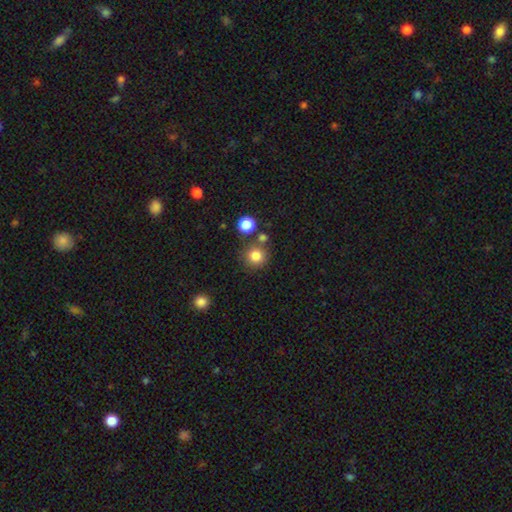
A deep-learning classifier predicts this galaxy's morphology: This appears to be a smooth galaxy with no disk features (82%) that is round (92%). Merging: none (75%).